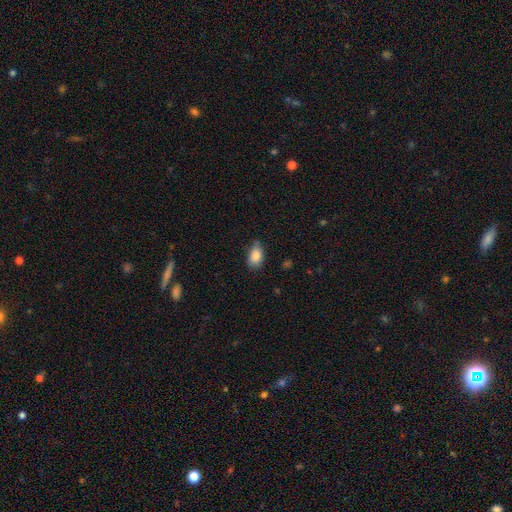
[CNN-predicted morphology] Smooth or featured? Predicted: smooth (p=0.87). How rounded? Predicted: in between (p=0.89). Merging? Predicted: none (p=0.71).